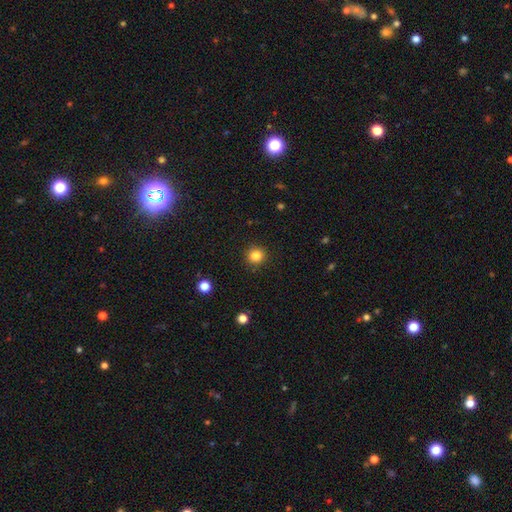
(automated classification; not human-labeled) Smooth or featured? Predicted: smooth (p=0.83). How rounded? Predicted: round (p=0.93). Merging? Predicted: none (p=0.92).